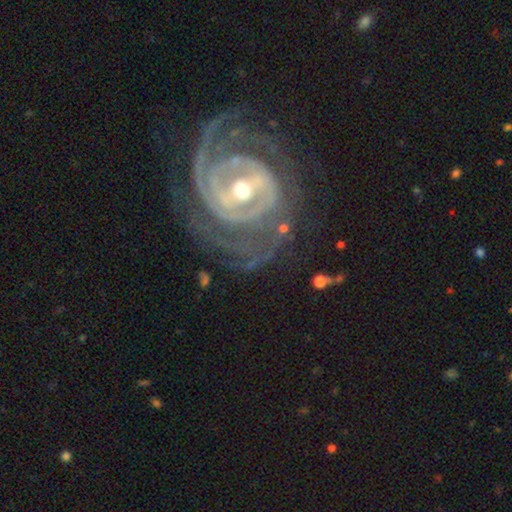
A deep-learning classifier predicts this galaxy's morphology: smooth-or-featured: featured or disk: 89% | star or artifact: 6% | smooth: 5%
  disk-edge-on: no: 97% | yes: 3%
    bar: strong: 46% | weak: 36% | no: 18%
    has-spiral-arms: yes: 95% | no: 5%
      spiral-winding: tight: 68% | medium: 25% | loose: 7%
      spiral-arm-count: 2: 29% | can't tell: 24% | 3: 20% | 4: 12% | more than 4: 8% | 1: 7%
    bulge-size: moderate: 63% | small: 30% | large: 5% | none: 1% | dominant: 1%
  merging: none: 64% | minor disturbance: 18% | major disturbance: 16% | merger: 3%